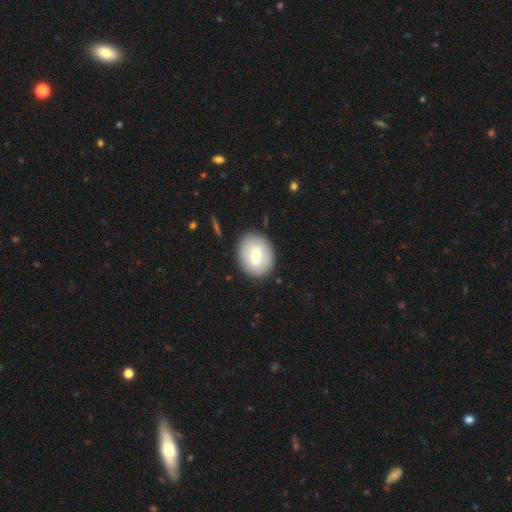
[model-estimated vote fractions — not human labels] Overall: smooth (59%; featured or disk 34%). How rounded: round (51%; in between 47%). Merging: none (86%).